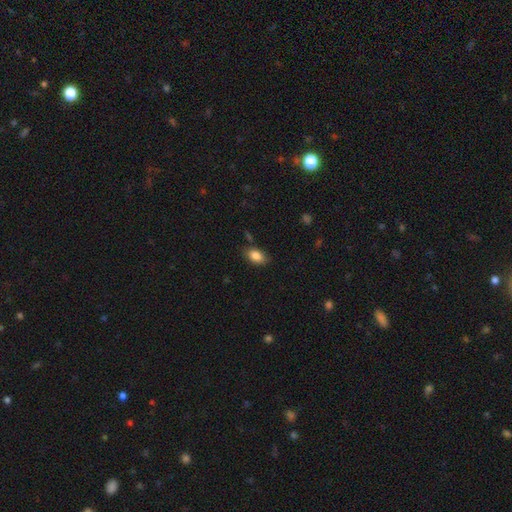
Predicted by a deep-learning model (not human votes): A smooth galaxy with no disk features (86%) that is in between round and cigar-shaped (89%).

Vote fractions:
- Smooth or featured? smooth: 86% / star or artifact: 8% / featured or disk: 6%
- How rounded? in between: 89% / round: 9% / cigar-shaped: 2%
- Merging? none: 79% / minor disturbance: 15% / major disturbance: 3% / merger: 3%